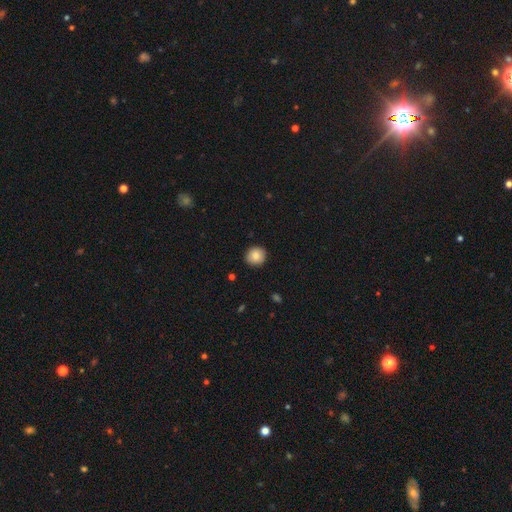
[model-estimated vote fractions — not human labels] Smooth or featured: smooth — 84% (star or artifact — 8%)
How rounded: round — 91% (in between — 8%)
Merging: none — 91% (minor disturbance — 7%)